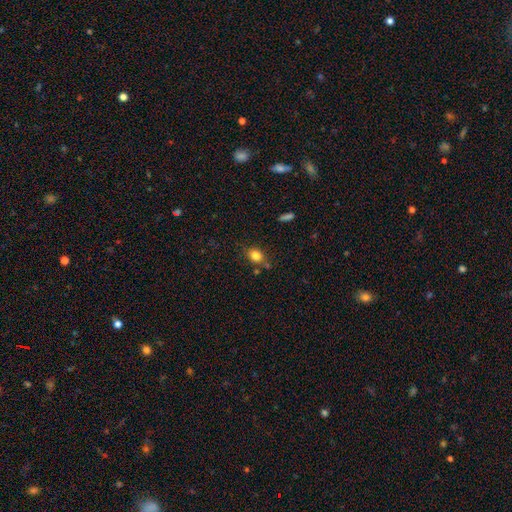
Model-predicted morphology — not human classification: This appears to be a smooth galaxy with no disk features (82%) that is in between round and cigar-shaped (52%). Merging: none (73%).